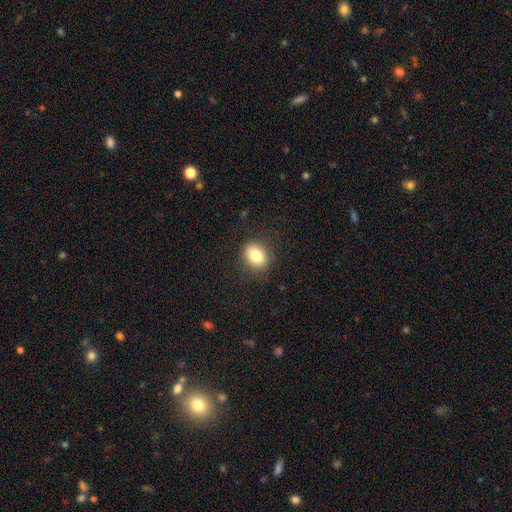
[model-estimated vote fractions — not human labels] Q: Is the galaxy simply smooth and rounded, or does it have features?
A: smooth — 83%.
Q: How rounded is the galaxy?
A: in between — 56%.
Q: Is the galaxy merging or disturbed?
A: none — 85%.